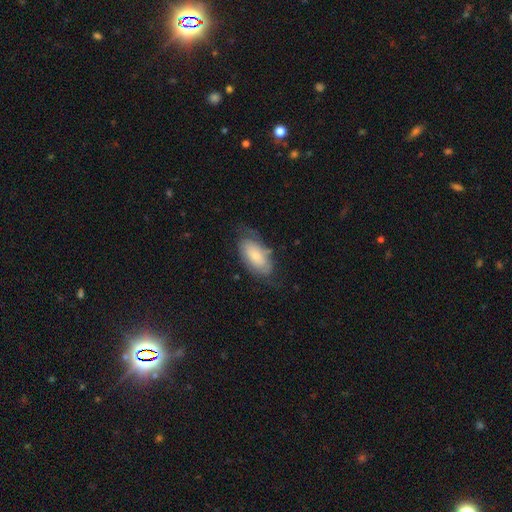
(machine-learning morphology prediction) Smooth or featured? Predicted: smooth (p=0.58). How rounded? Predicted: in between (p=0.91). Merging? Predicted: none (p=0.59).